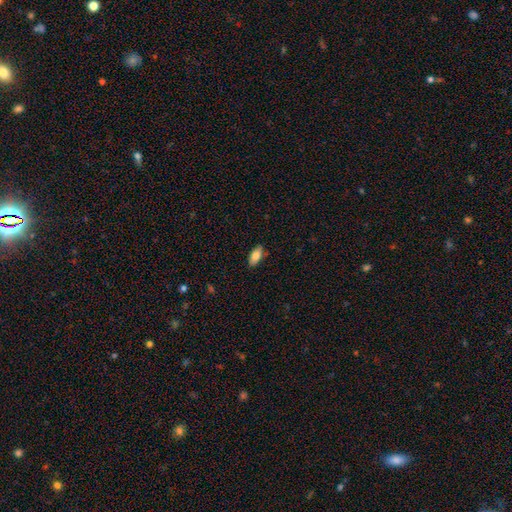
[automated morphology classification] Q: Smooth or featured?
A: smooth (82%); runner-up: featured or disk (11%)
Q: How rounded?
A: in between (89%); runner-up: cigar-shaped (9%)
Q: Merging?
A: none (86%); runner-up: minor disturbance (11%)